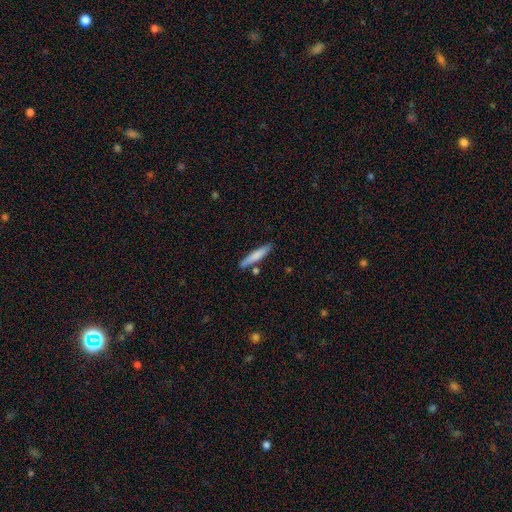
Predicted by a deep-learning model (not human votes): A smooth galaxy with no disk features (75%) that is cigar-shaped (89%).

Vote fractions:
- Smooth or featured? smooth: 75% / featured or disk: 19% / star or artifact: 6%
- How rounded? cigar-shaped: 89% / in between: 9% / round: 1%
- Merging? none: 81% / minor disturbance: 11% / merger: 6% / major disturbance: 2%